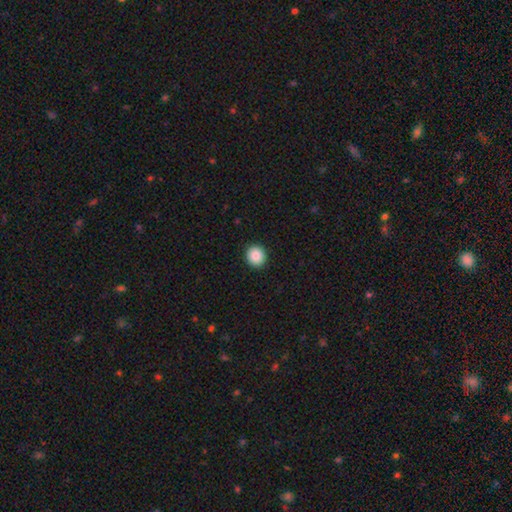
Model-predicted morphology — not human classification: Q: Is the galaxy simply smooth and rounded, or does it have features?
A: smooth — 88%.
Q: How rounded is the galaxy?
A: round — 88%.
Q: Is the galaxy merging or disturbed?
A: none — 93%.